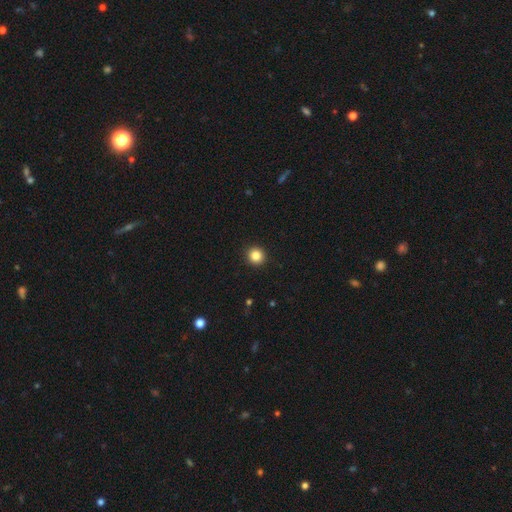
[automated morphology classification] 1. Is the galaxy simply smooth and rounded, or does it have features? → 85% smooth, 11% star or artifact, 4% featured or disk.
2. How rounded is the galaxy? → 93% round, 6% in between, 1% cigar-shaped.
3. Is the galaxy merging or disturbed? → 93% none, 4% minor disturbance, 1% major disturbance, 1% merger.